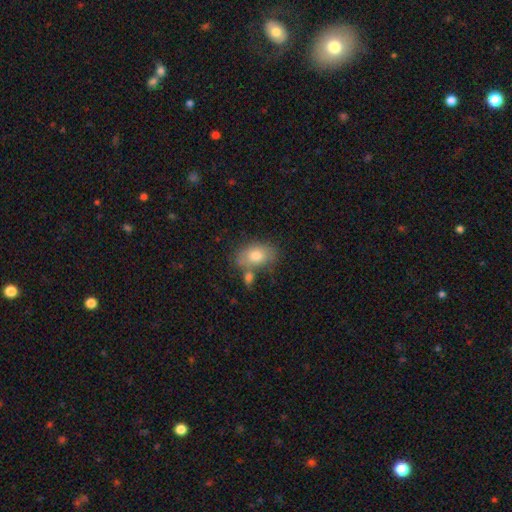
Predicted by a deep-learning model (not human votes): smooth_or_featured: smooth (p=0.77) [alt: featured or disk p=0.15]
how_rounded: in between (p=0.85) [alt: round p=0.14]
merging: none (p=0.64) [alt: minor disturbance p=0.16]